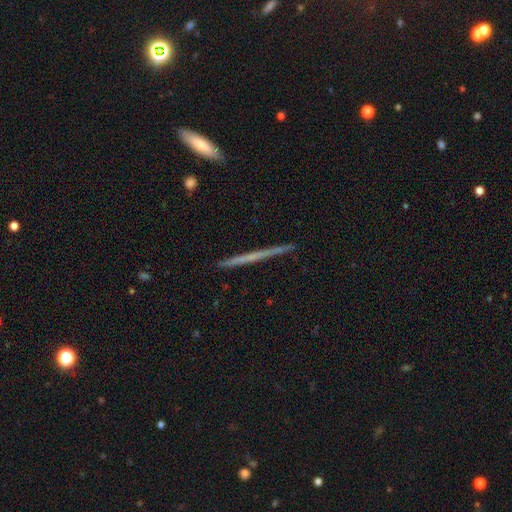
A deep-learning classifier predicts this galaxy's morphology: The model was most divided on "smooth or featured": featured or disk: 57%, smooth: 36%, star or artifact: 7%. More confident: edge-on disk — yes (98%); merging — none (91%); edge-on bulge — none (85%).